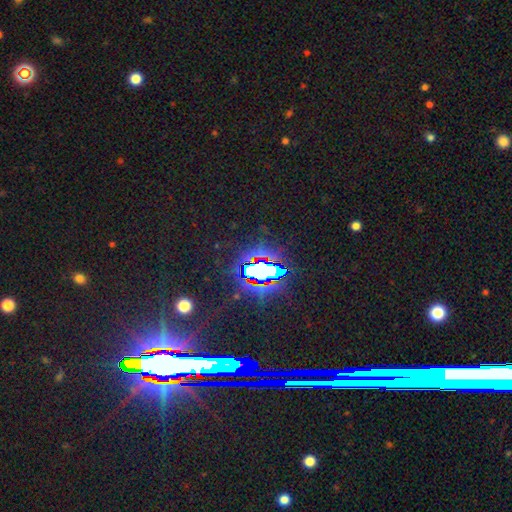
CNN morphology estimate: star or artifact 83%, smooth 9%, featured or disk 8%.